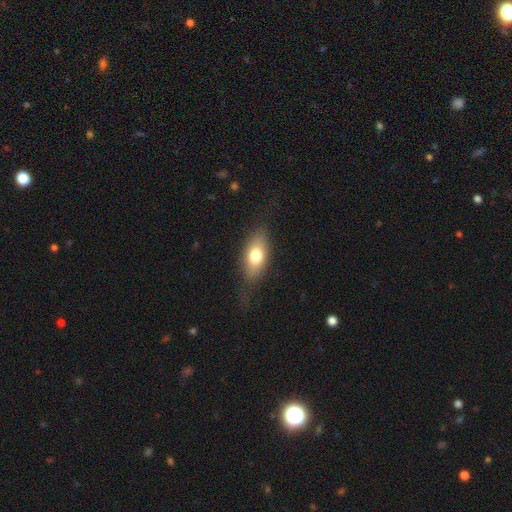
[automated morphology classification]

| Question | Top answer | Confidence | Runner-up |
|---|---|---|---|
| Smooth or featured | smooth | 71% | featured or disk (22%) |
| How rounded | in between | 81% | cigar-shaped (11%) |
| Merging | none | 72% | minor disturbance (19%) |